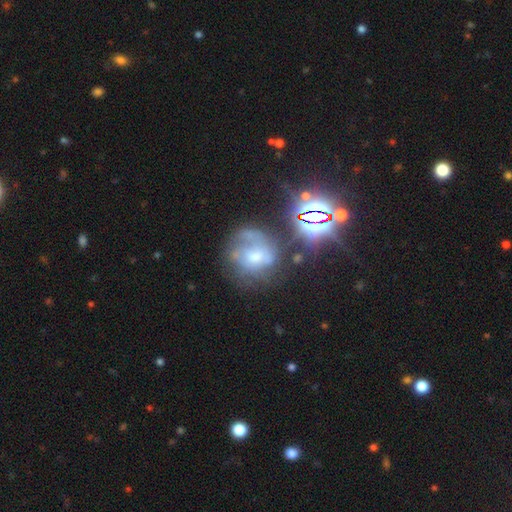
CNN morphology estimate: The model was most divided on "merging": none: 39%, major disturbance: 29%, minor disturbance: 22%, merger: 11%. Remaining: smooth or featured — featured or disk (47%).